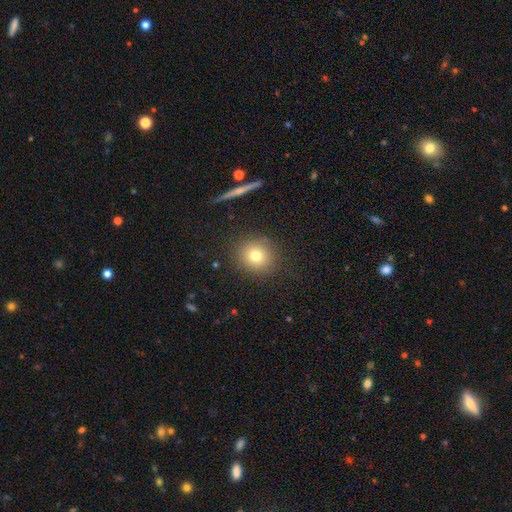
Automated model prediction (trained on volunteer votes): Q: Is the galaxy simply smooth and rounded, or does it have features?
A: smooth — 75%.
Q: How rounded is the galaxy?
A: round — 86%.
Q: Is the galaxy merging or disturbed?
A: none — 87%.